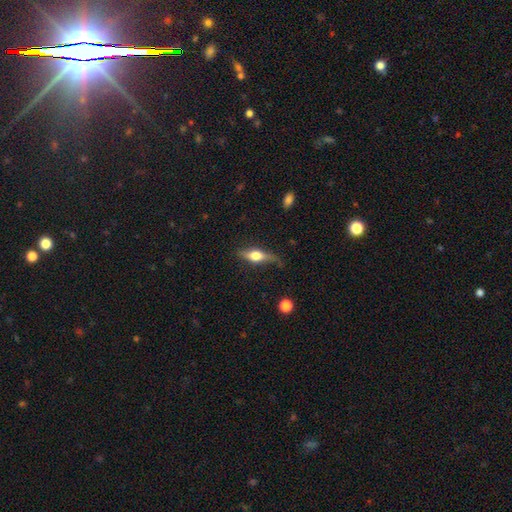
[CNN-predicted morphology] This is possibly a featured or disk galaxy (48%). Merging: likely none (60%).